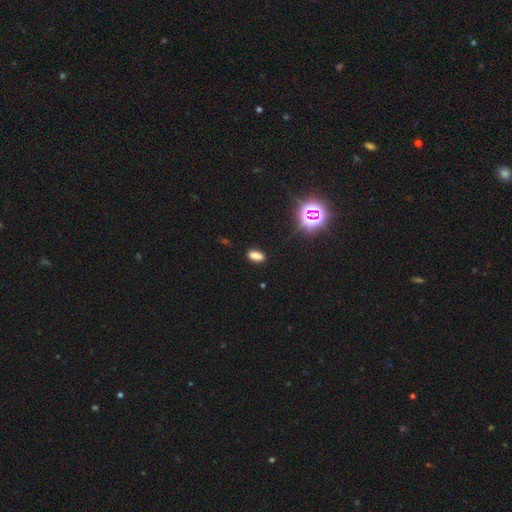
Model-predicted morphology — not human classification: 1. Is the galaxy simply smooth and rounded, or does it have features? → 76% smooth, 19% star or artifact, 5% featured or disk.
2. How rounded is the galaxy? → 87% in between, 9% cigar-shaped, 5% round.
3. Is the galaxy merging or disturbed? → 86% none, 10% minor disturbance, 2% major disturbance, 2% merger.